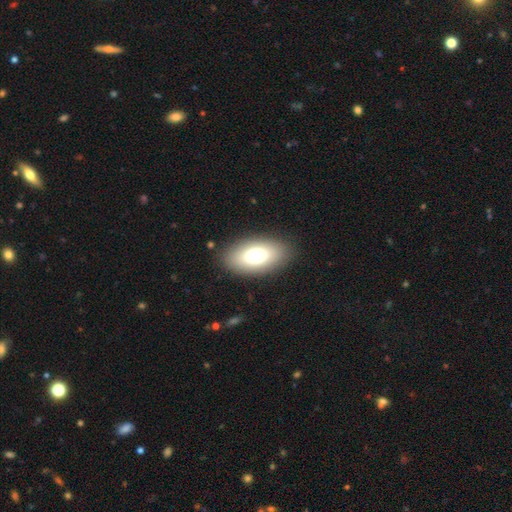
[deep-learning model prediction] The model was most divided on "smooth or featured": smooth: 74%, featured or disk: 16%, star or artifact: 10%. More confident: how rounded — in between (91%); merging — none (87%).